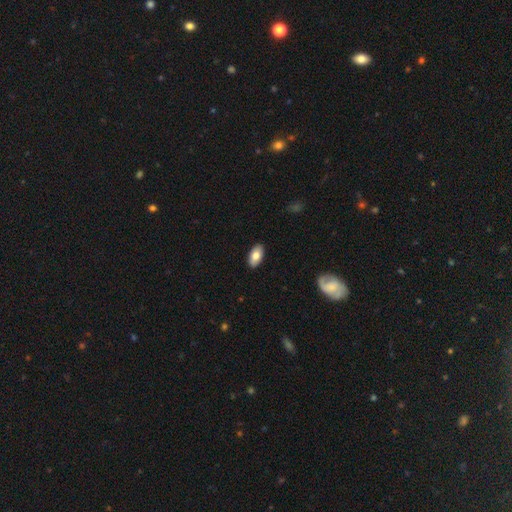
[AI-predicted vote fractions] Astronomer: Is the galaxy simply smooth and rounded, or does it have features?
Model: smooth — 79%.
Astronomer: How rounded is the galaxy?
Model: in between — 94%.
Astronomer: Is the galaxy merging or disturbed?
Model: none — 90%.